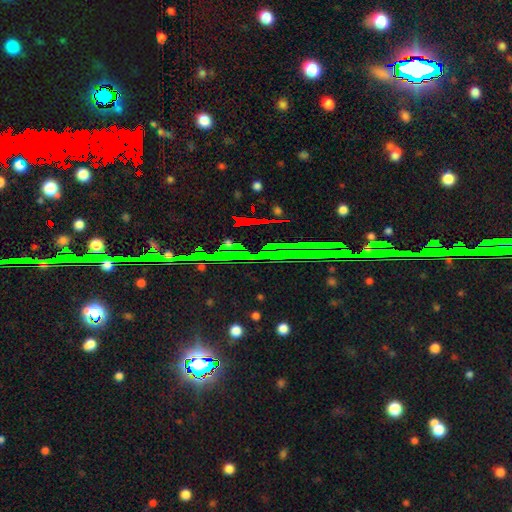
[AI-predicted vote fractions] Smooth or featured?
  - star or artifact: 77% *
  - featured or disk: 12%
  - smooth: 11%